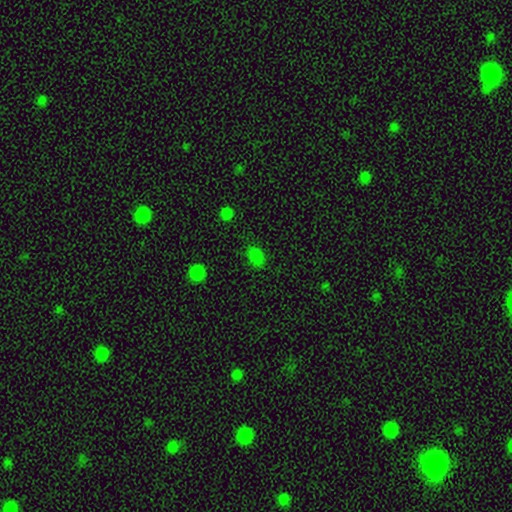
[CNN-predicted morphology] type=smooth (77%); roundness=in between (78%); merging=none (80%).